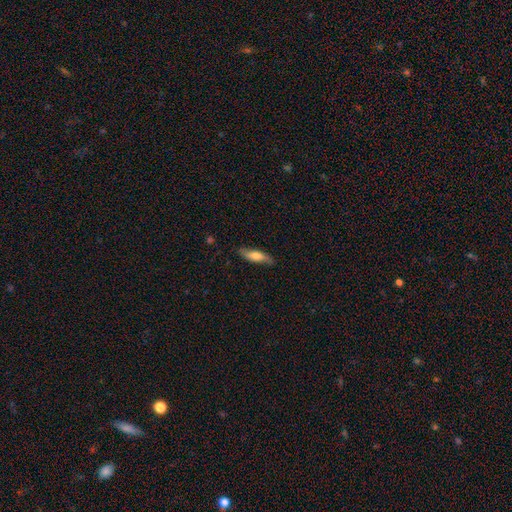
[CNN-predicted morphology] Q: Smooth or featured?
A: smooth (56%); runner-up: featured or disk (38%)
Q: How rounded?
A: cigar-shaped (63%); runner-up: in between (34%)
Q: Merging?
A: none (80%); runner-up: minor disturbance (16%)